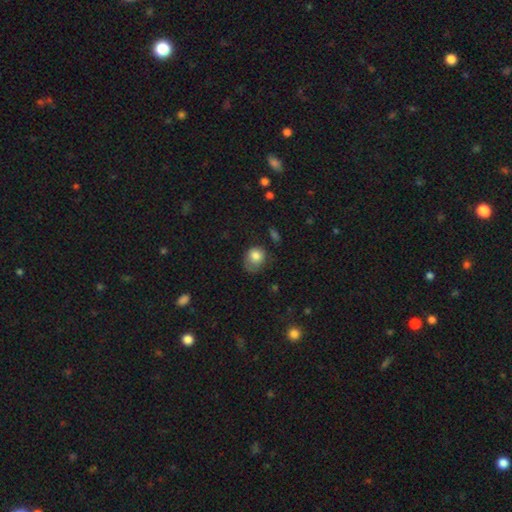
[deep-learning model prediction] Overall: smooth (80%). How rounded: round (64%; in between 35%). Merging: none (45%; minor disturbance 34%).